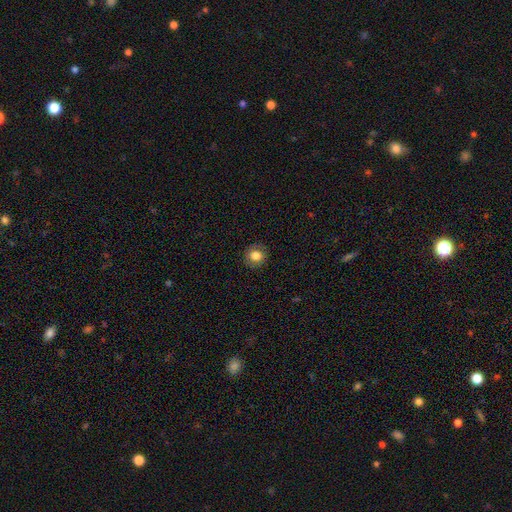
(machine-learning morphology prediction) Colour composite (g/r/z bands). It shows a smooth galaxy with no disk features (79%) that is round (85%). Merging: none (88%).